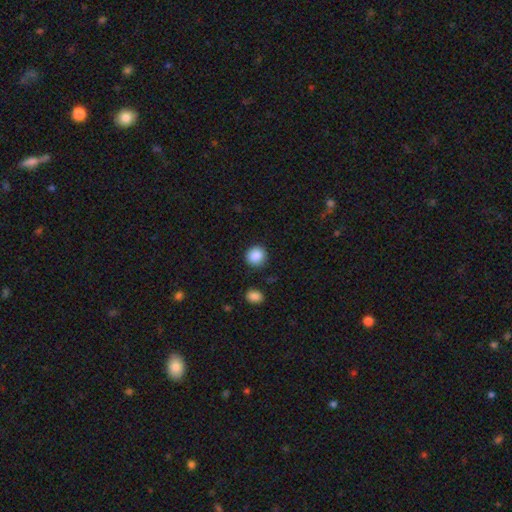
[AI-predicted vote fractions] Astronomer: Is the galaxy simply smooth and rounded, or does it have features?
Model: smooth — 89%.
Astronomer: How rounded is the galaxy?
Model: round — 91%.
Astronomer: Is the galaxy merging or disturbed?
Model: none — 89%.